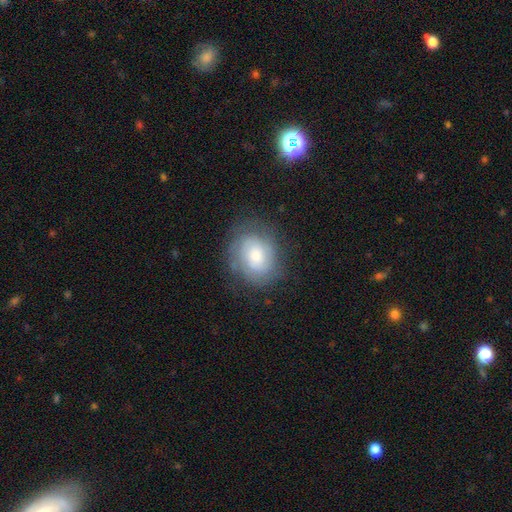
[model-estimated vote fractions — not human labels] Smooth or featured?
  - featured or disk: 50% *
  - smooth: 42%
  - star or artifact: 8%
Edge-on disk?
  - no: 97% *
  - yes: 3%
Merging?
  - none: 74% *
  - minor disturbance: 17%
  - major disturbance: 8%
  - merger: 1%